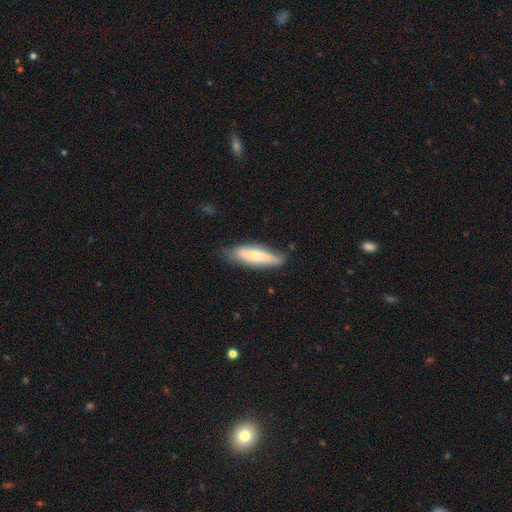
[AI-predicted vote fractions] smooth 65%, featured or disk 29%, star or artifact 6%. Down the decision tree: how rounded — cigar-shaped (56%); merging — none (70%).